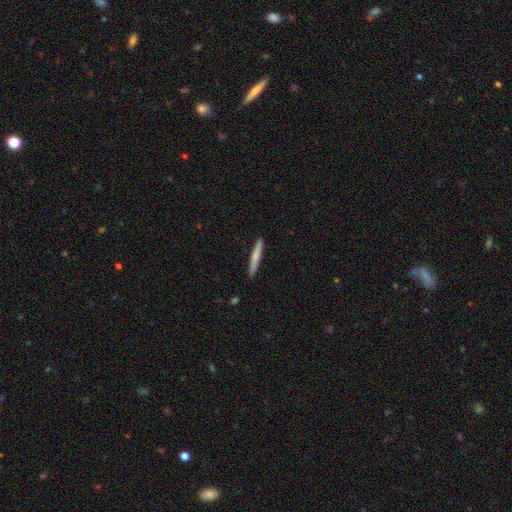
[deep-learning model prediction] A smooth galaxy with no disk features (70%) that is cigar-shaped (96%). Merging: none (90%).